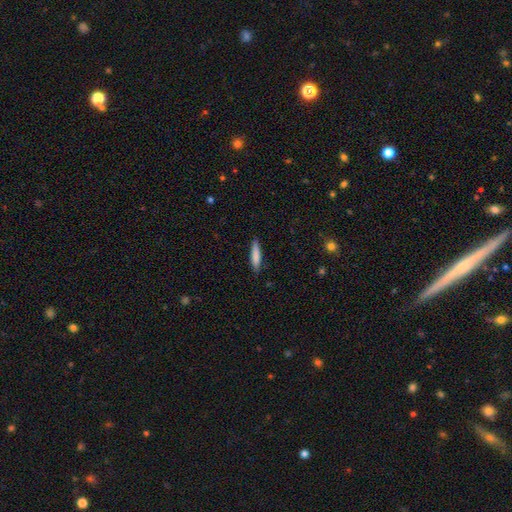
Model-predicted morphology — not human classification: Overall: smooth (80%). How rounded: cigar-shaped (85%). Merging: none (86%).